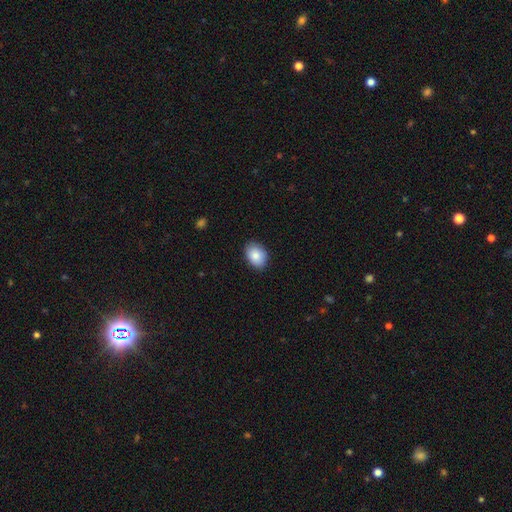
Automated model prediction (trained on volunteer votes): smooth-or-featured: smooth: 87% | star or artifact: 7% | featured or disk: 7%
  how-rounded: in between: 78% | round: 21% | cigar-shaped: 1%
  merging: none: 86% | minor disturbance: 11% | major disturbance: 2% | merger: 1%